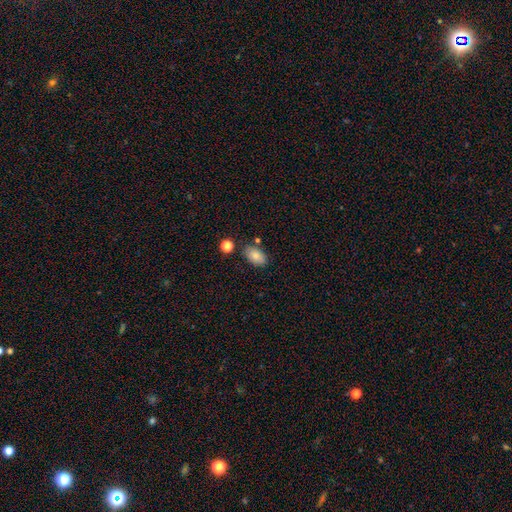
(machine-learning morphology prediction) Smooth or featured? Predicted: smooth (p=0.81). How rounded? Predicted: in between (p=0.90). Merging? Predicted: none (p=0.77).